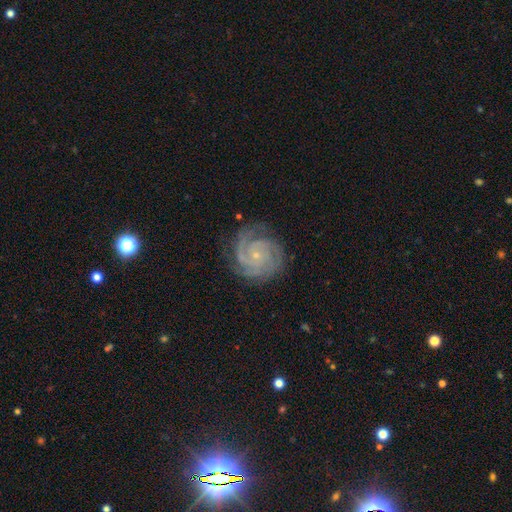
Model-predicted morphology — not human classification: This appears to be a featured or disk galaxy (91%) with no bar (76%), 3 (40%) tight (76%) spiral arms (99%) and a small central bulge (83%). Merging: none (79%).